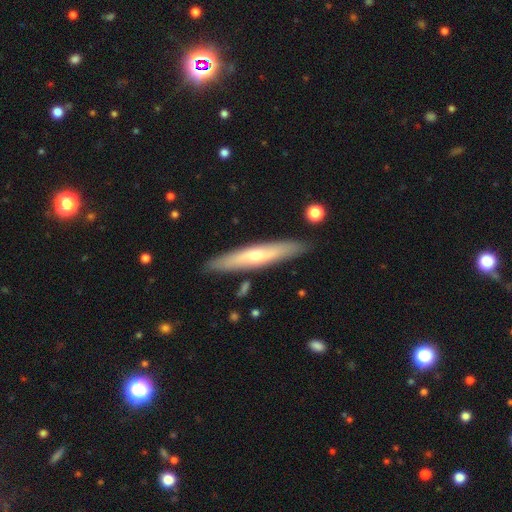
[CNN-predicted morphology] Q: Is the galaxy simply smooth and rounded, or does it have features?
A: featured or disk — 50%.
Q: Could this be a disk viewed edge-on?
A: yes — 80%.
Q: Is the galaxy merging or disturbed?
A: none — 87%.